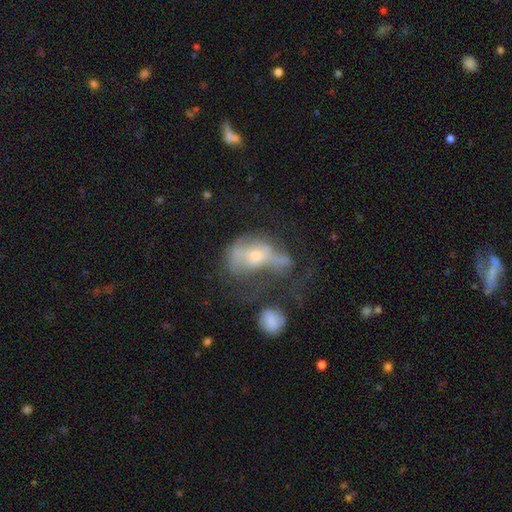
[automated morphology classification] A featured or disk galaxy (56%) with no bar (74%), no spiral arms (73%) and a moderate central bulge (48%).

Vote fractions:
- Smooth or featured? featured or disk: 56% / smooth: 32% / star or artifact: 13%
- Edge-on disk? no: 92% / yes: 8%
- Bar? no: 74% / weak: 19% / strong: 7%
- Spiral arms? no: 73% / yes: 27%
- Bulge size? moderate: 48% / small: 40% / none: 6% / large: 5% / dominant: 1%
- Merging? major disturbance: 44% / none: 21% / merger: 19% / minor disturbance: 16%